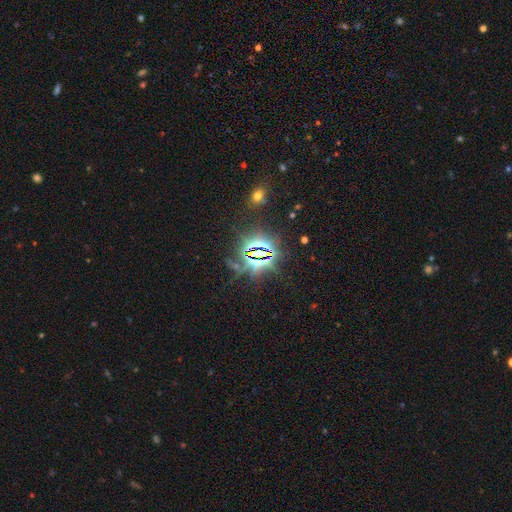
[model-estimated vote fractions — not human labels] Morphology: type=star or artifact (82%).